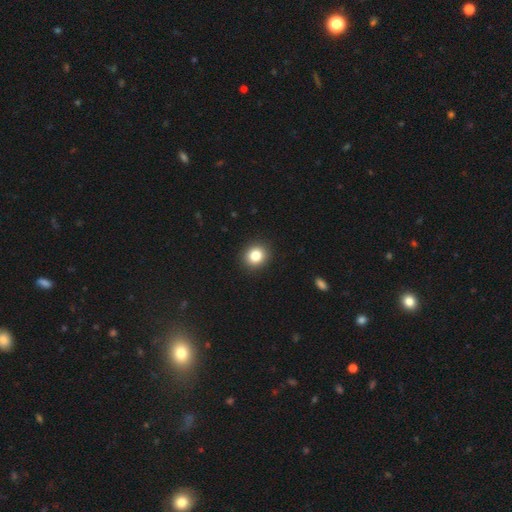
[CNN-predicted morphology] Smooth or featured: smooth — 82% (star or artifact — 11%)
How rounded: round — 81% (in between — 18%)
Merging: none — 92% (minor disturbance — 5%)